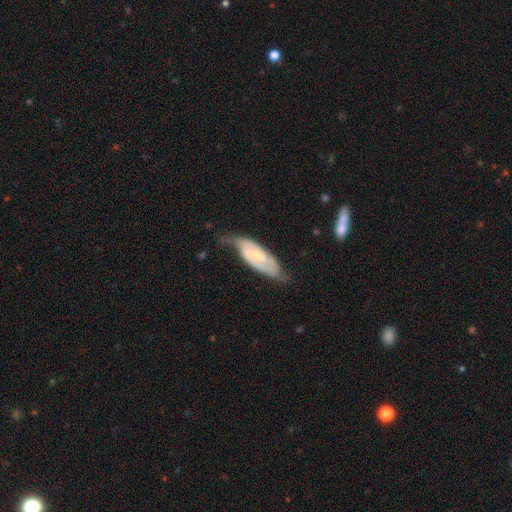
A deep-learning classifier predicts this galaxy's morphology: Smooth or featured?
  - featured or disk: 75% *
  - smooth: 20%
  - star or artifact: 5%
Edge-on disk?
  - no: 89% *
  - yes: 11%
Bar?
  - no: 46% *
  - weak: 39%
  - strong: 15%
Spiral arms?
  - yes: 91% *
  - no: 9%
Spiral winding?
  - medium: 42% *
  - tight: 41%
  - loose: 17%
Spiral arm count?
  - 2: 75% *
  - can't tell: 15%
  - 1: 3%
  - 3: 3%
  - 4: 1%
  - more than 4: 1%
Bulge size?
  - small: 65% *
  - moderate: 26%
  - none: 7%
  - large: 2%
  - dominant: 1%
Merging?
  - none: 53% *
  - minor disturbance: 31%
  - major disturbance: 13%
  - merger: 3%